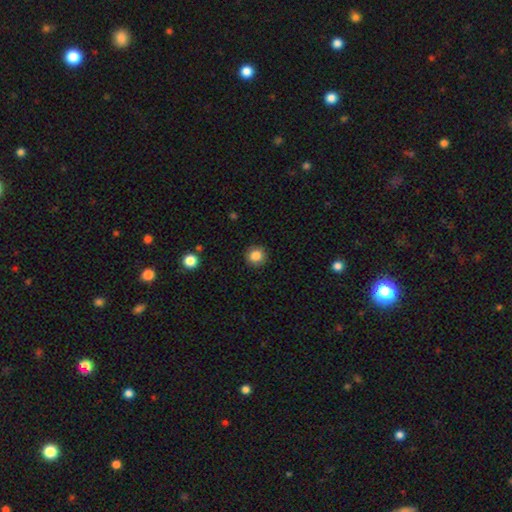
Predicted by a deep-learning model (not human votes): smooth_or_featured: smooth (p=0.85) [alt: star or artifact p=0.10]
how_rounded: round (p=0.93) [alt: in between p=0.06]
merging: none (p=0.91) [alt: minor disturbance p=0.06]